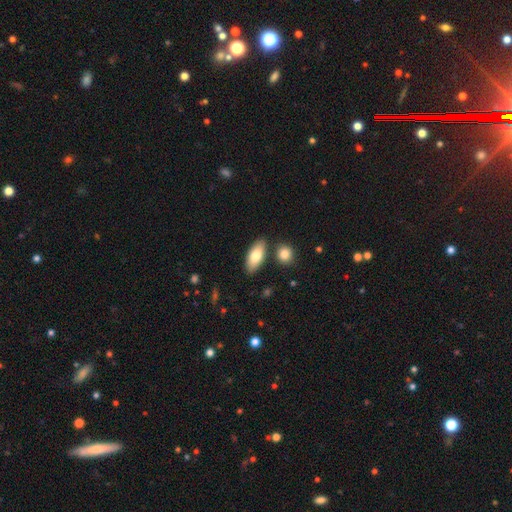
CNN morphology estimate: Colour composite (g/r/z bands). It shows a smooth galaxy with no disk features (79%) that is in between round and cigar-shaped (83%). Merging: none (82%).